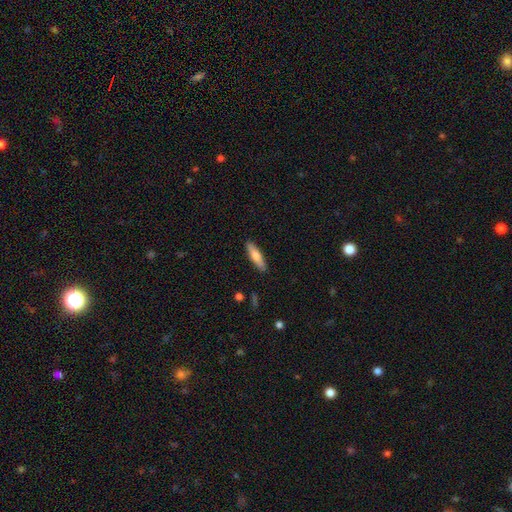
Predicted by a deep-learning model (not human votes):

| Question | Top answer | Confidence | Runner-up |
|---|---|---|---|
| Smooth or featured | smooth | 71% | featured or disk (23%) |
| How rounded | cigar-shaped | 68% | in between (30%) |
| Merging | none | 89% | minor disturbance (8%) |